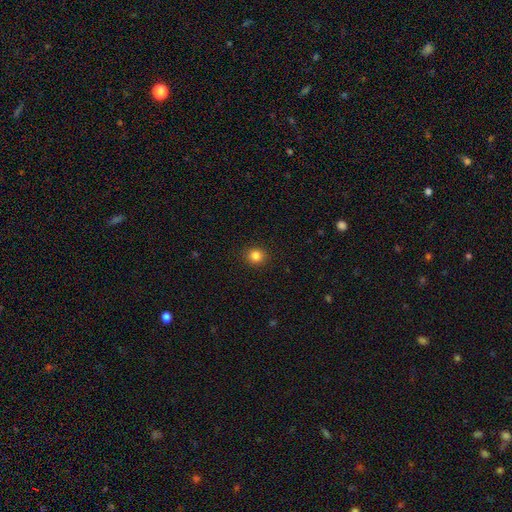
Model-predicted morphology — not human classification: A smooth galaxy with no disk features (84%) that is round (87%).

Vote fractions:
- Smooth or featured? smooth: 84% / star or artifact: 12% / featured or disk: 4%
- How rounded? round: 87% / in between: 12% / cigar-shaped: 1%
- Merging? none: 92% / minor disturbance: 6% / major disturbance: 2% / merger: 1%